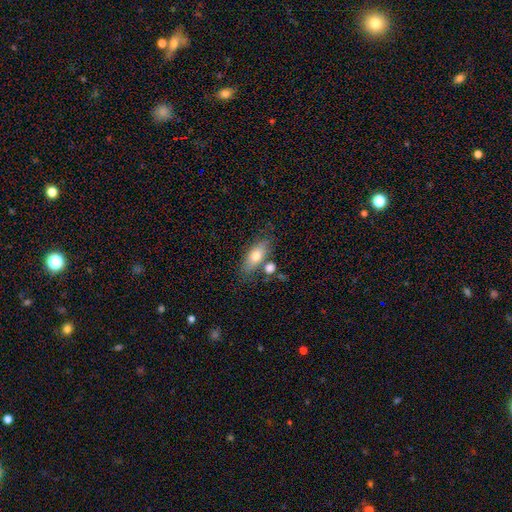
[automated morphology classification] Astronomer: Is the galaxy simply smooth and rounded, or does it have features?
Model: smooth — 72%.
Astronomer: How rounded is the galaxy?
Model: in between — 77%.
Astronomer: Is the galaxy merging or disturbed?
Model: none — 65%.